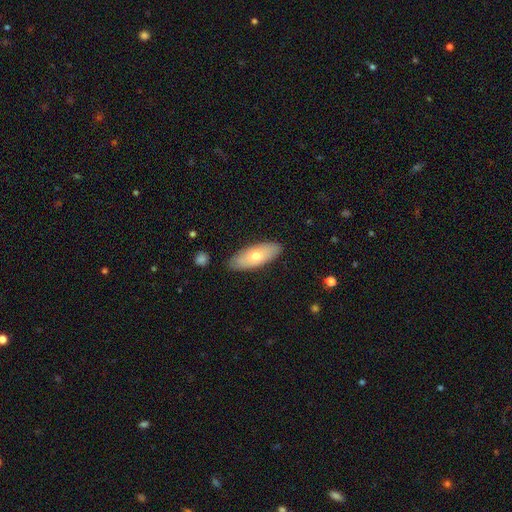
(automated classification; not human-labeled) The model was most divided on "smooth or featured": smooth: 66%, featured or disk: 29%, star or artifact: 6%. More confident: merging — none (85%); how rounded — in between (76%).